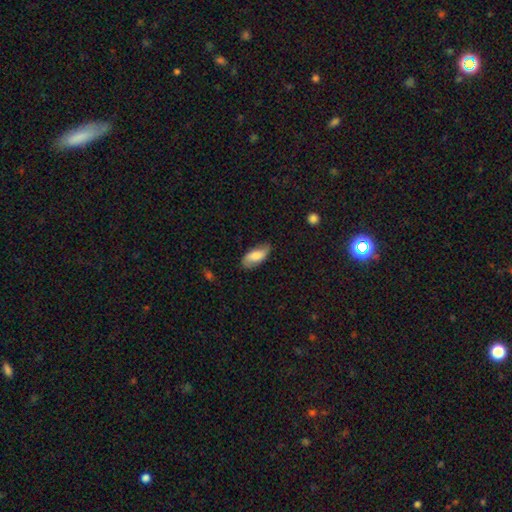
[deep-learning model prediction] This appears to be a smooth galaxy with no disk features (69%) that is in between round and cigar-shaped (87%). Merging: none (67%).